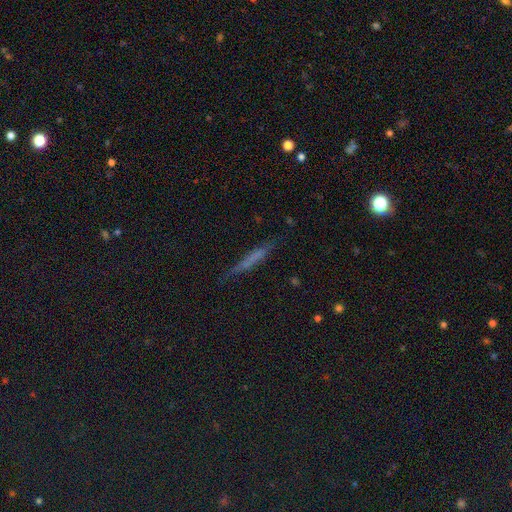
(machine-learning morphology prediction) smooth_or_featured: smooth (p=0.51) [alt: featured or disk p=0.37]
how_rounded: cigar-shaped (p=0.93) [alt: in between p=0.05]
merging: none (p=0.78) [alt: minor disturbance p=0.16]